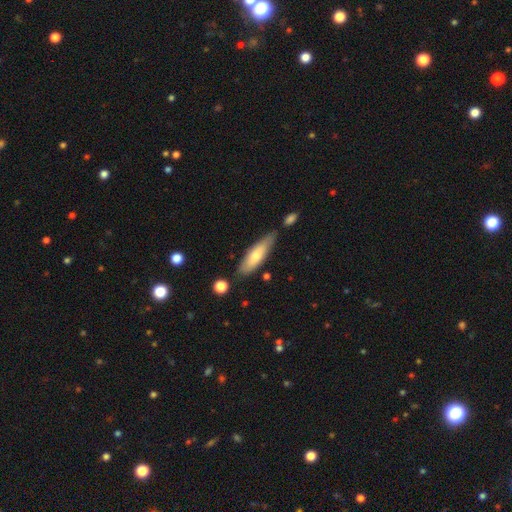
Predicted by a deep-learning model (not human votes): Overall: smooth (67%; featured or disk 27%). How rounded: cigar-shaped (59%; in between 40%). Merging: none (68%).